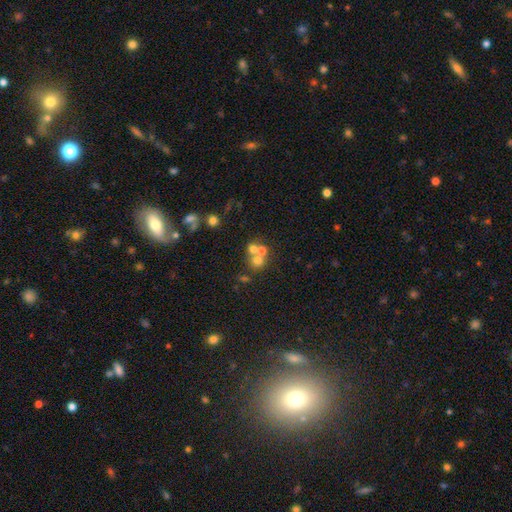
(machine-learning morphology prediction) smooth_or_featured: smooth (p=0.56) [alt: featured or disk p=0.23]
how_rounded: round (p=0.81) [alt: in between p=0.18]
merging: merger (p=0.52) [alt: none p=0.38]